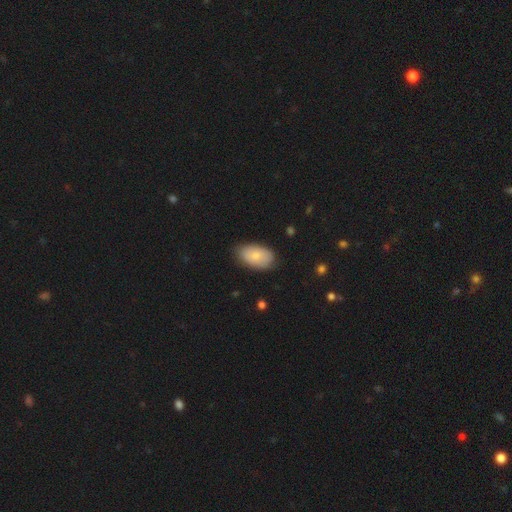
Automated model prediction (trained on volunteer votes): Morphology: type=smooth (75%); roundness=in between (93%); merging=none (77%).